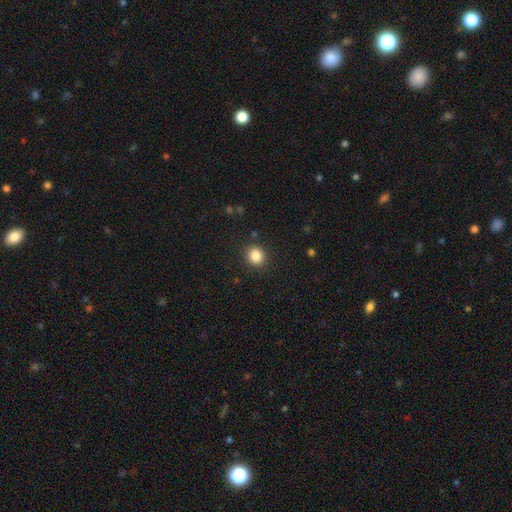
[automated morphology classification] type=smooth (86%); roundness=round (81%); merging=none (89%).